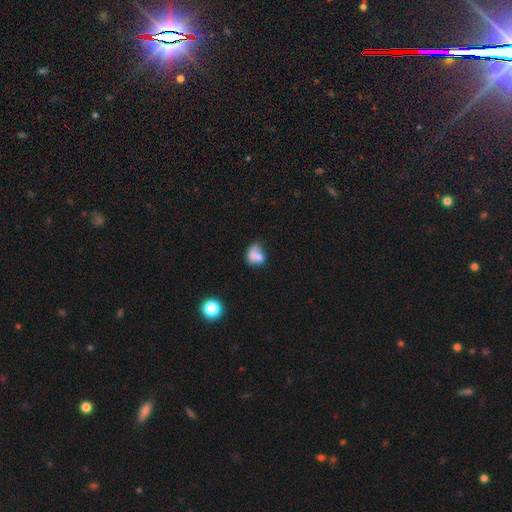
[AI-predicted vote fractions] Smooth or featured? Predicted: smooth (p=0.66). How rounded? Predicted: in between (p=0.57). Merging? Predicted: merger (p=0.43).